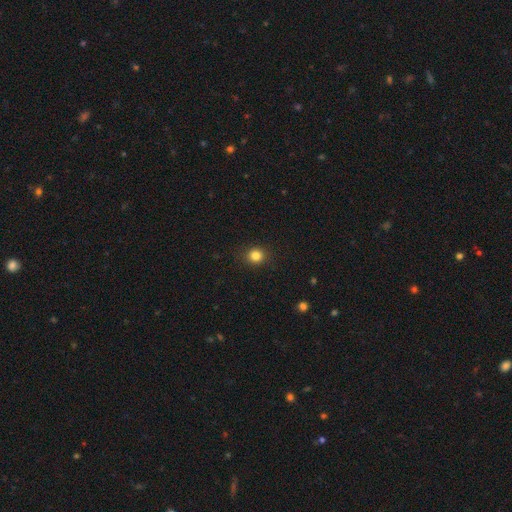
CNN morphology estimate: smooth-or-featured: smooth: 83% | star or artifact: 12% | featured or disk: 5%
  how-rounded: round: 87% | in between: 13% | cigar-shaped: 1%
  merging: none: 90% | minor disturbance: 7% | major disturbance: 2% | merger: 1%